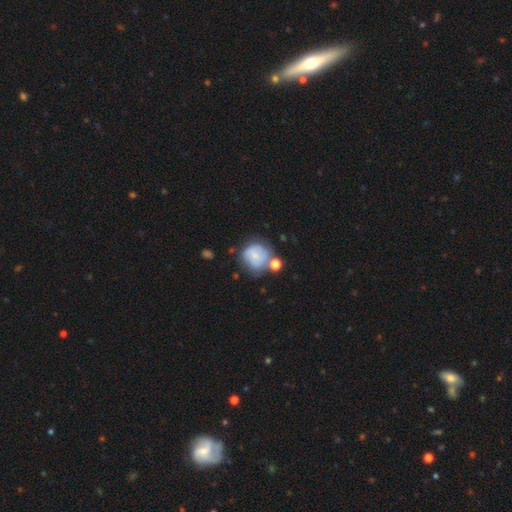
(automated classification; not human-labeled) Smooth or featured? smooth (59%)
How rounded? round (81%)
Merging? none (45%)